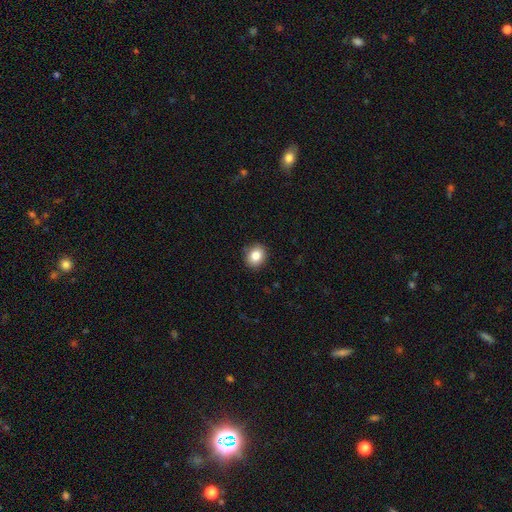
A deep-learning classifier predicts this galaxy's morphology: This is clearly a smooth galaxy (83%). How rounded: likely round (75%). Merging: clearly none (89%).